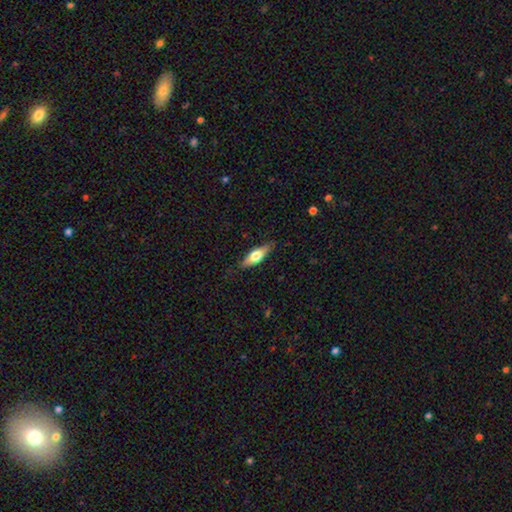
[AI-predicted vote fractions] A smooth galaxy with no disk features (57%) that is in between round and cigar-shaped (54%).

Vote fractions:
- Smooth or featured? smooth: 57% / featured or disk: 37% / star or artifact: 6%
- How rounded? in between: 54% / cigar-shaped: 43% / round: 3%
- Merging? none: 82% / minor disturbance: 14% / major disturbance: 3% / merger: 1%